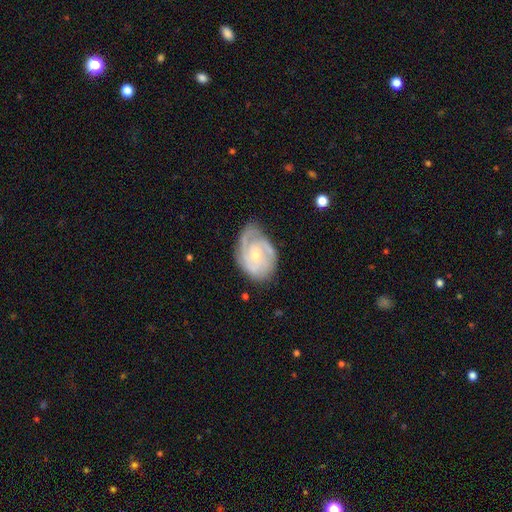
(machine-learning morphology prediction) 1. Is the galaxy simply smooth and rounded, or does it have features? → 82% featured or disk, 13% smooth, 5% star or artifact.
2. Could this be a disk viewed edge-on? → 97% no, 3% yes.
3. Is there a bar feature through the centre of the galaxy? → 63% no, 32% weak, 5% strong.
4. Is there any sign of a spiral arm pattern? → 95% yes, 5% no.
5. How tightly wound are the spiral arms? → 55% tight, 36% medium, 9% loose.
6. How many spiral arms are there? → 40% 2, 25% 3, 21% can't tell, 6% 1, 4% 4, 3% more than 4.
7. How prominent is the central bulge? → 62% small, 35% moderate, 2% none, 1% large, 1% dominant.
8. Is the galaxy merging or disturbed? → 62% none, 27% minor disturbance, 10% major disturbance, 2% merger.